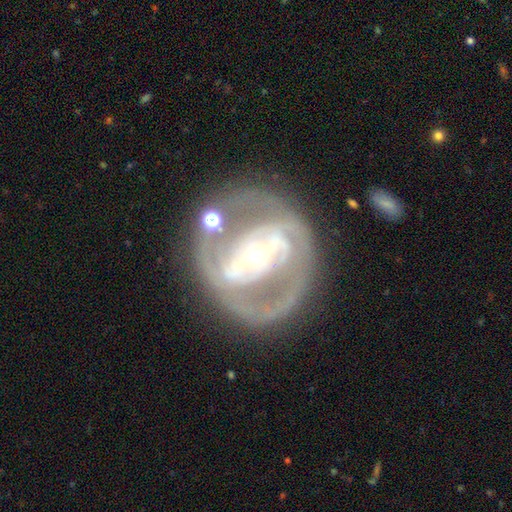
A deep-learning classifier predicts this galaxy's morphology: This is clearly a featured or disk galaxy (83%). It is clearly not viewed edge-on (94%). Bar: likely strong (65%). Spiral arm pattern: likely yes (68%). Spiral arm count: possibly 2 (58%). Spiral winding: possibly tight (50%). Central bulge: possibly moderate (48%). Merging: likely none (65%).